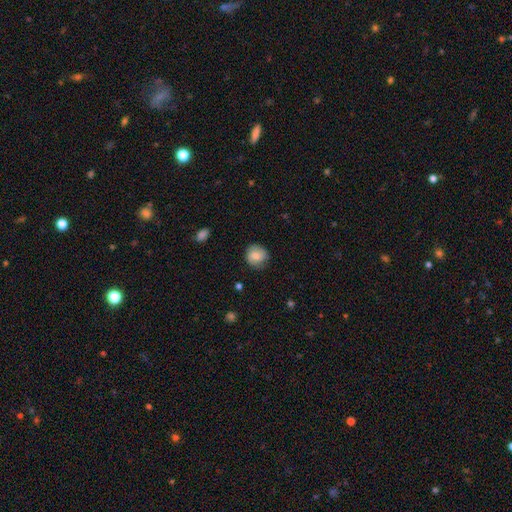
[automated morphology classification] Smooth or featured? Predicted: smooth (p=0.73). How rounded? Predicted: round (p=0.85). Merging? Predicted: none (p=0.78).